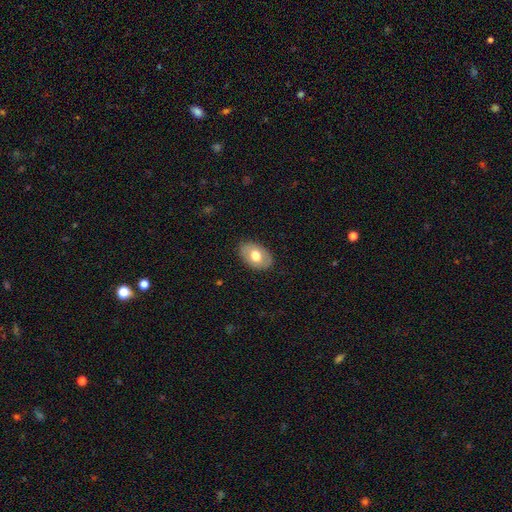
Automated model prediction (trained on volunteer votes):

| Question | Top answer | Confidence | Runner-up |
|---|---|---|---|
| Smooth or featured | smooth | 68% | featured or disk (25%) |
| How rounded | in between | 85% | round (14%) |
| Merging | none | 85% | minor disturbance (11%) |